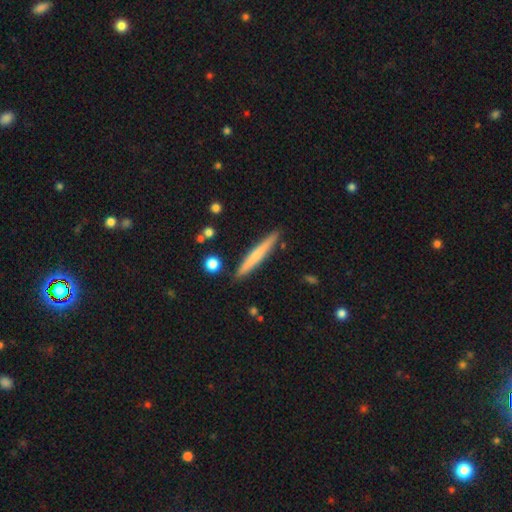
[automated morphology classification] Overall: smooth (59%; featured or disk 35%). How rounded: cigar-shaped (96%). Merging: none (90%).